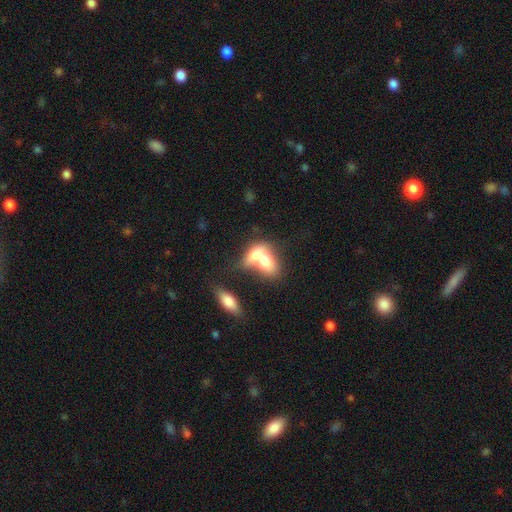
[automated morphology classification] Overall: smooth (68%). How rounded: in between (79%). Merging: merger (76%).